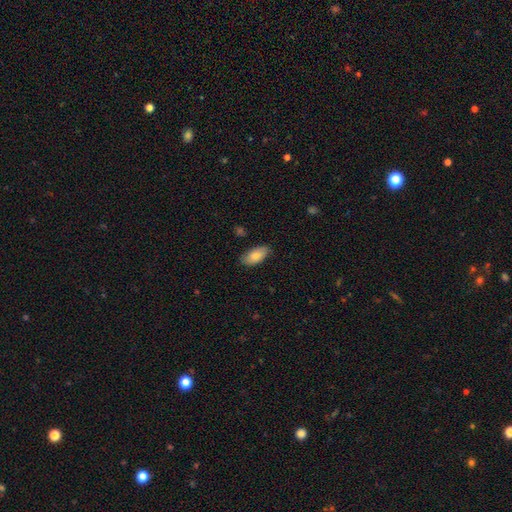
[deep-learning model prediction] This is clearly a smooth galaxy (81%). How rounded: clearly in between (93%). Merging: clearly none (81%).